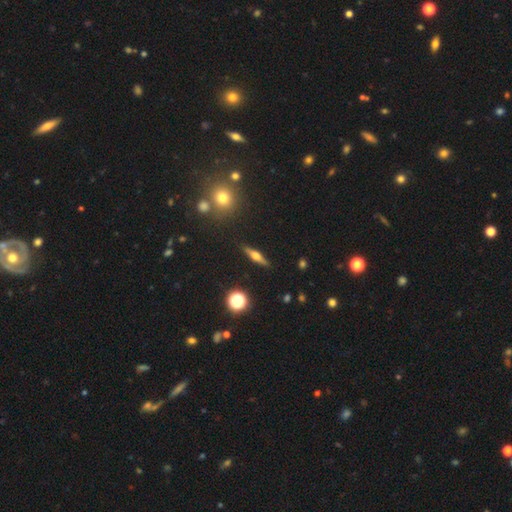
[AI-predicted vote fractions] A featured or disk galaxy (61%) viewed edge-on (95%) with a rounded central bulge (92%). Merging: none (88%).